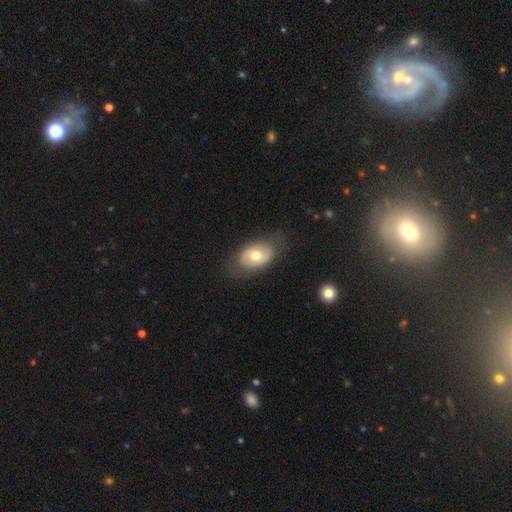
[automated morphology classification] smooth 54%, featured or disk 40%, star or artifact 6%. Down the decision tree: how rounded — in between (88%); merging — none (75%).